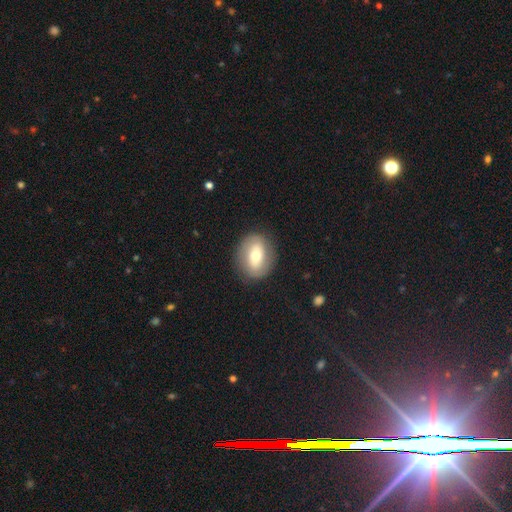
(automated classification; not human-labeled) Morphology: type=smooth (56%); roundness=in between (64%); merging=none (84%).